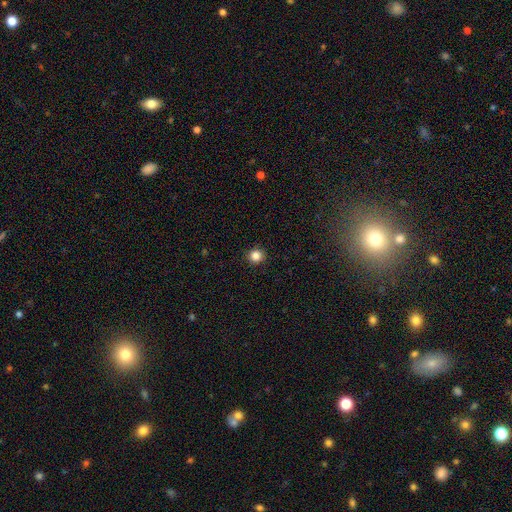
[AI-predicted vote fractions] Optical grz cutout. It shows a smooth galaxy with no disk features (85%) that is round (94%). Merging: none (92%).